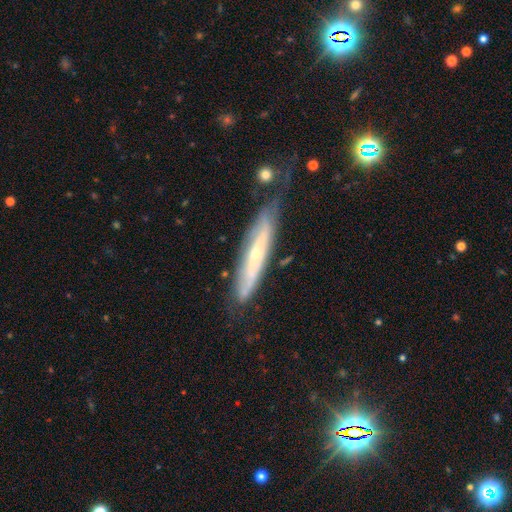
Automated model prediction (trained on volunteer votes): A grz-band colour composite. It shows a featured or disk galaxy (67%) viewed edge-on (57%). Merging: none (63%).